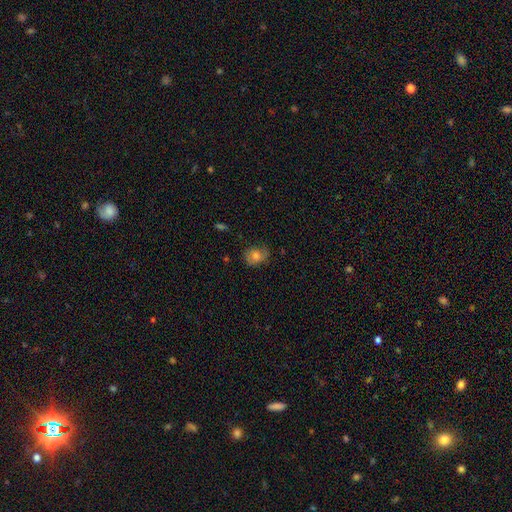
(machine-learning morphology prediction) Smooth or featured? smooth (69%)
How rounded? round (62%)
Merging? none (68%)